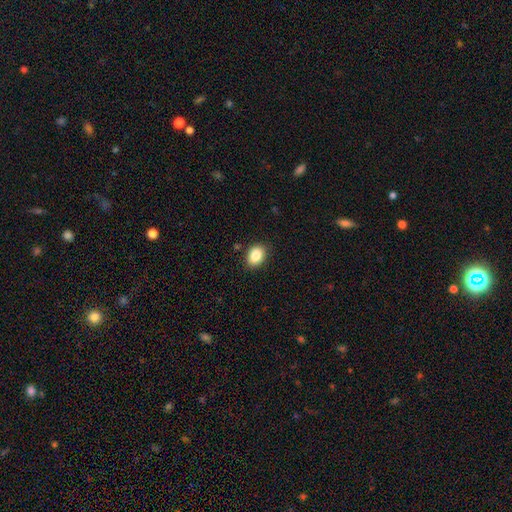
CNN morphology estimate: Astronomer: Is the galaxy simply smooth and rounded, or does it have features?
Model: smooth — 86%.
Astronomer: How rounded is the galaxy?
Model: in between — 73%.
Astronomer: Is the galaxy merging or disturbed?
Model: none — 87%.